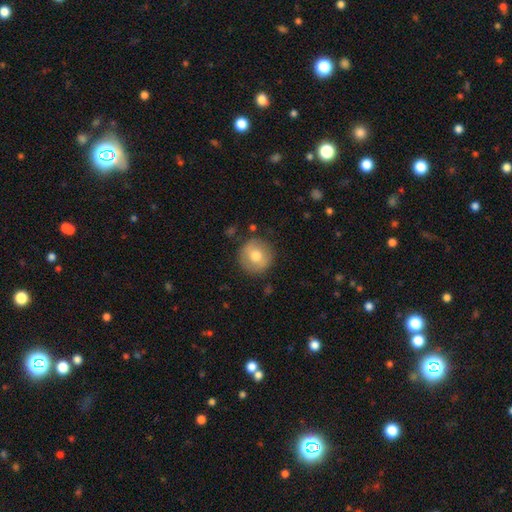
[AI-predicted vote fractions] Smooth or featured: smooth — 68% (featured or disk — 24%)
How rounded: round — 94% (in between — 5%)
Merging: none — 86% (minor disturbance — 10%)